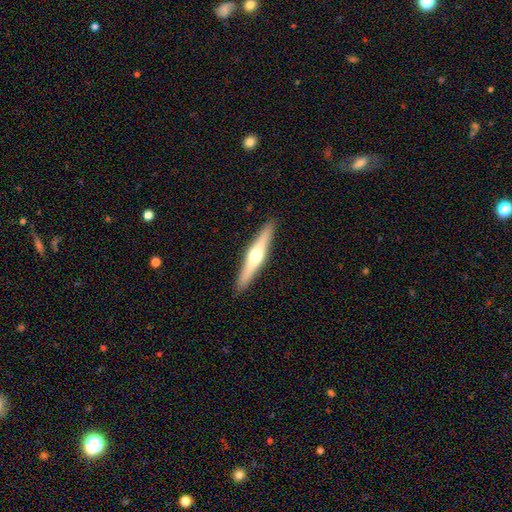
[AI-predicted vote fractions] Smooth or featured: featured or disk — 60% (smooth — 35%)
Edge-on disk: yes — 96% (no — 4%)
Edge-on bulge: rounded — 92% (none — 5%)
Merging: none — 91% (minor disturbance — 6%)